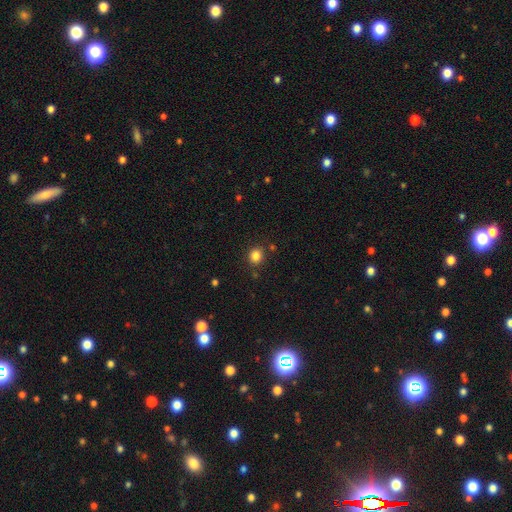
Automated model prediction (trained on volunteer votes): A smooth galaxy with no disk features (83%) that is round (80%). Merging: none (85%).